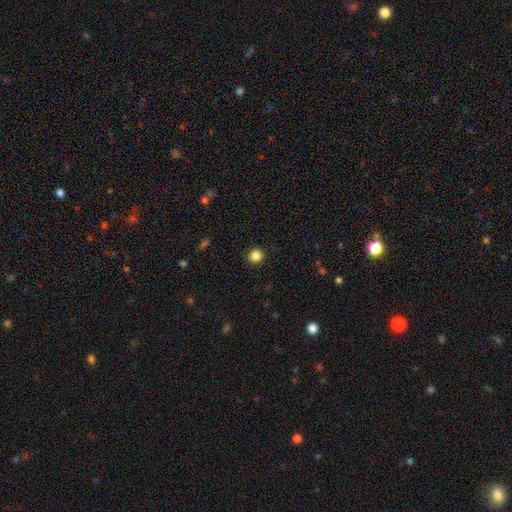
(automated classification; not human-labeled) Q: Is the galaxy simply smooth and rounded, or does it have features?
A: smooth — 85%.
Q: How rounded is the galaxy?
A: round — 94%.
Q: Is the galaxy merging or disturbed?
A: none — 93%.